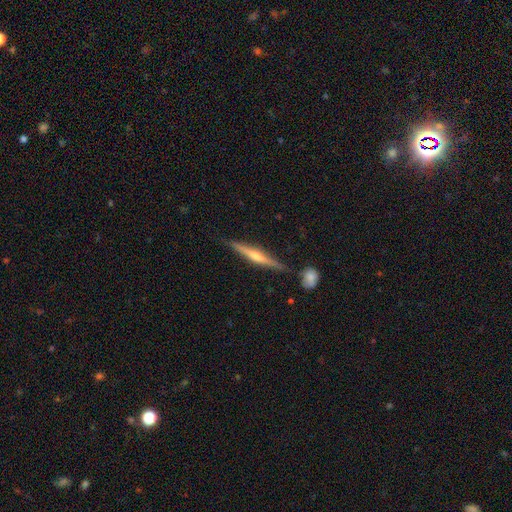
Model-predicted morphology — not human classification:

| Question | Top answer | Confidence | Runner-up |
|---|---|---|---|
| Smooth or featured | featured or disk | 75% | smooth (19%) |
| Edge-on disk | yes | 98% | no (2%) |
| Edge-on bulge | rounded | 84% | none (10%) |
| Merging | none | 85% | minor disturbance (9%) |